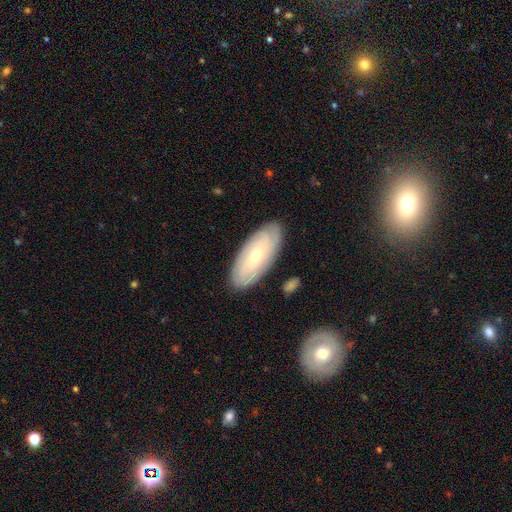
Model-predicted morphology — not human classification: This is likely a featured or disk galaxy (60%). It is clearly not viewed edge-on (87%). Bar: likely no (71%). Spiral arm pattern: likely yes (76%). Central bulge: possibly small (59%). Merging: clearly none (85%).